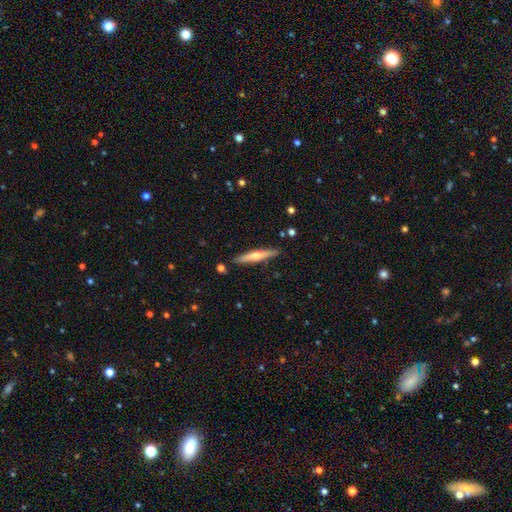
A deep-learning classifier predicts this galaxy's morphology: Smooth or featured? Predicted: smooth (p=0.50). How rounded? Predicted: cigar-shaped (p=0.91). Merging? Predicted: none (p=0.86).